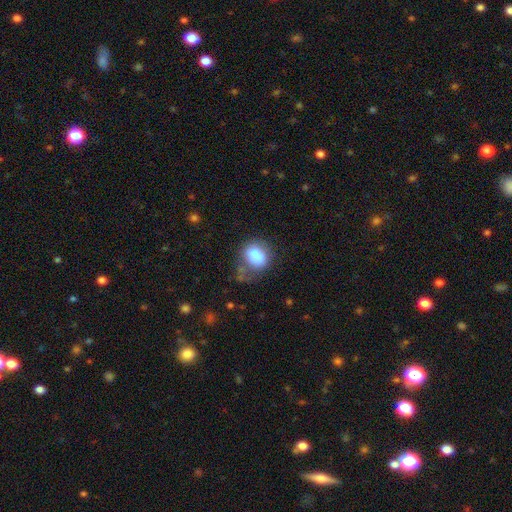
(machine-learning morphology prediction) Smooth or featured: smooth — 80% (featured or disk — 12%)
How rounded: round — 52% (in between — 47%)
Merging: none — 41% (minor disturbance — 28%)